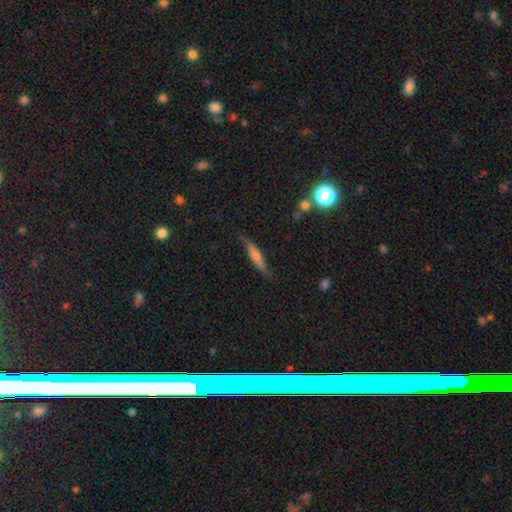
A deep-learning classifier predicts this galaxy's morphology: Smooth or featured? Predicted: featured or disk (p=0.52). Edge-on disk? Predicted: yes (p=0.90). Merging? Predicted: none (p=0.81).